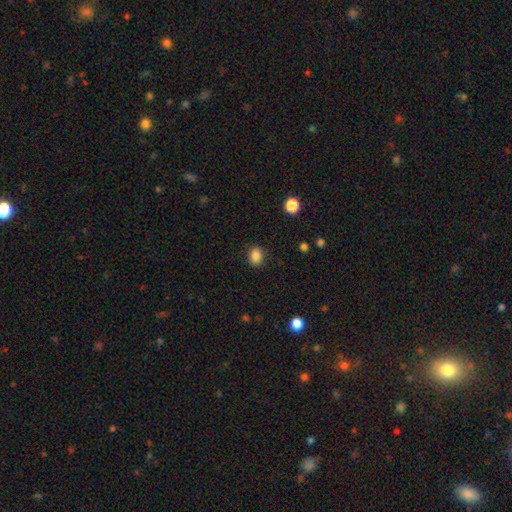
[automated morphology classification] A smooth galaxy with no disk features (85%) that is round (56%). Merging: none (88%).